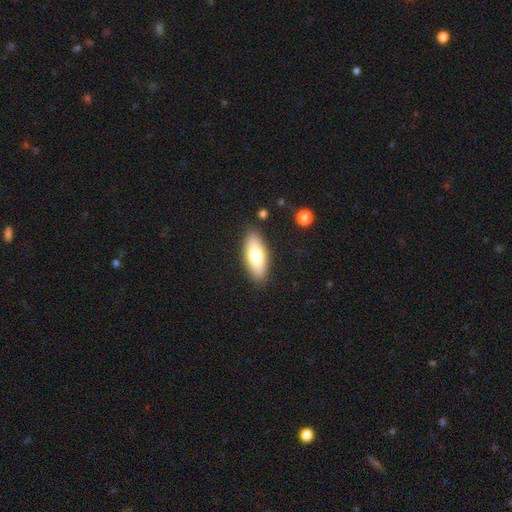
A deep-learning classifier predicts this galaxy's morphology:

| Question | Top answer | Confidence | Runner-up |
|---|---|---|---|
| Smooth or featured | smooth | 71% | featured or disk (23%) |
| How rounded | in between | 79% | cigar-shaped (19%) |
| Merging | none | 87% | minor disturbance (9%) |